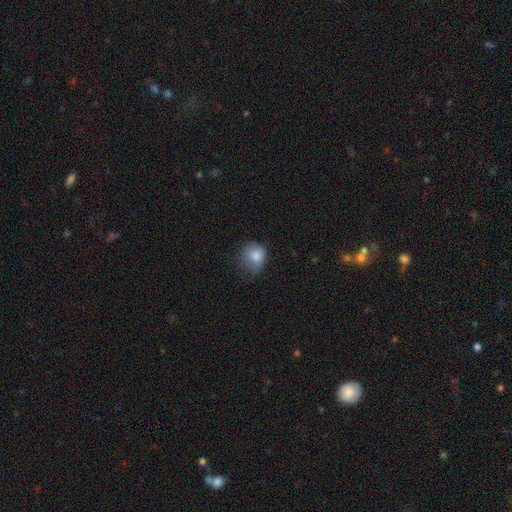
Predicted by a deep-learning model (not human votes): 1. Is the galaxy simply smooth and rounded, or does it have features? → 82% smooth, 9% star or artifact, 9% featured or disk.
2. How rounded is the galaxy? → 70% round, 29% in between, 1% cigar-shaped.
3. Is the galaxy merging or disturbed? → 40% none, 37% minor disturbance, 21% major disturbance, 2% merger.